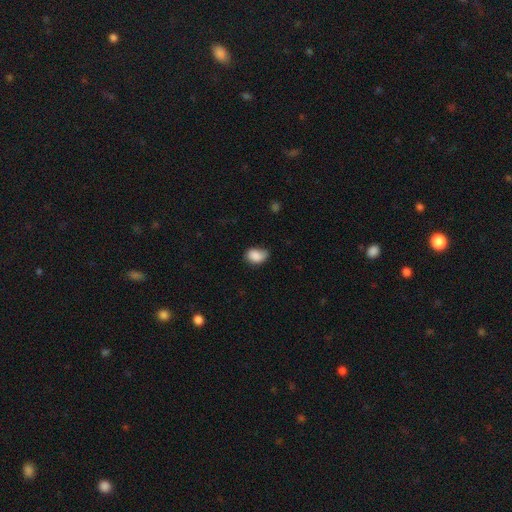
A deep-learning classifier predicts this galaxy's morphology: type=smooth (86%); roundness=in between (76%); merging=none (50%).